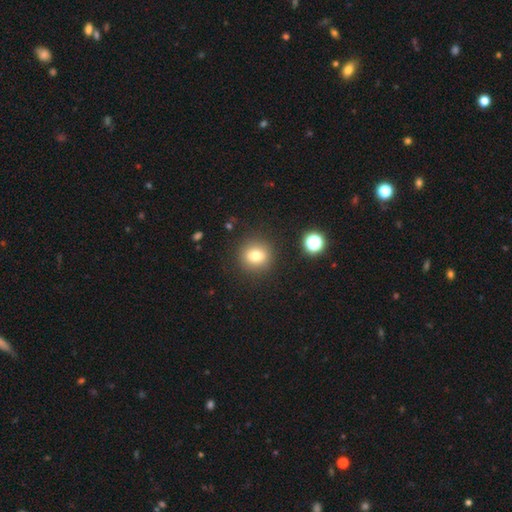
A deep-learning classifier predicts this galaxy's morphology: Overall: smooth (76%). How rounded: round (90%). Merging: none (89%).